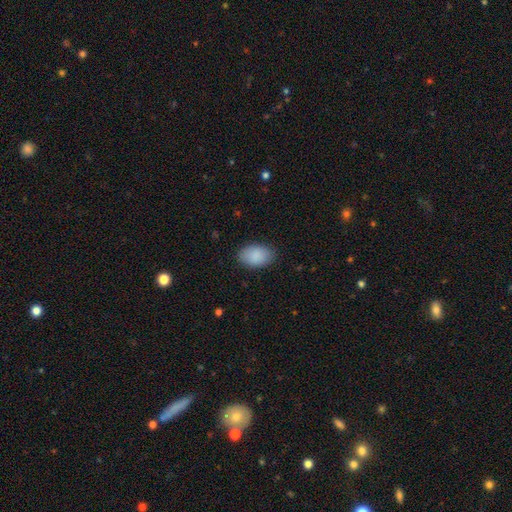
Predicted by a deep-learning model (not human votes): Q: Smooth or featured?
A: smooth (89%); runner-up: star or artifact (6%)
Q: How rounded?
A: in between (90%); runner-up: round (9%)
Q: Merging?
A: none (84%); runner-up: minor disturbance (12%)